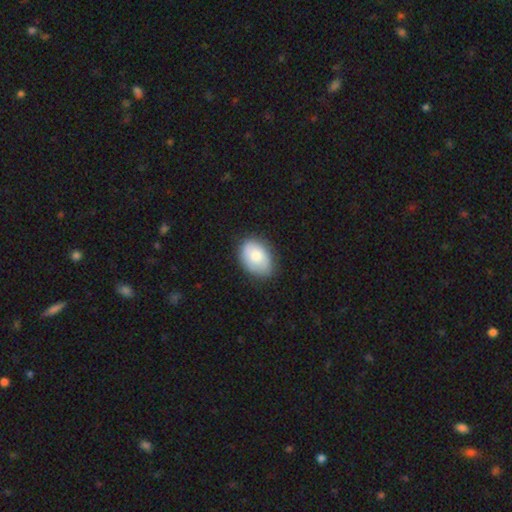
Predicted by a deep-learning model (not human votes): The model was most divided on "smooth or featured": smooth: 75%, featured or disk: 18%, star or artifact: 6%. More confident: how rounded — in between (83%); merging — none (76%).